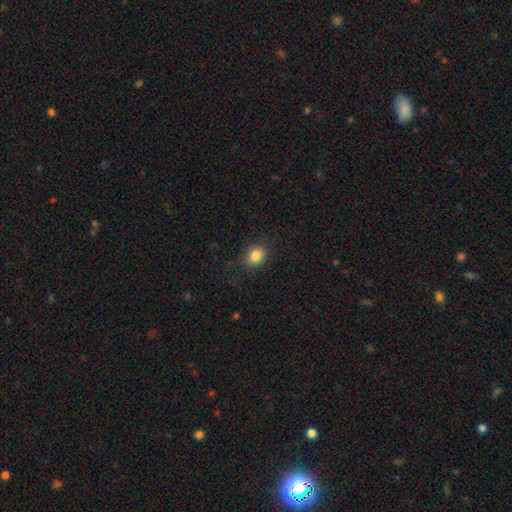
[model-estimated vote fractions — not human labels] smooth-or-featured: smooth: 84% | star or artifact: 10% | featured or disk: 6%
  how-rounded: in between: 52% | round: 47% | cigar-shaped: 1%
  merging: none: 81% | minor disturbance: 13% | major disturbance: 5% | merger: 1%